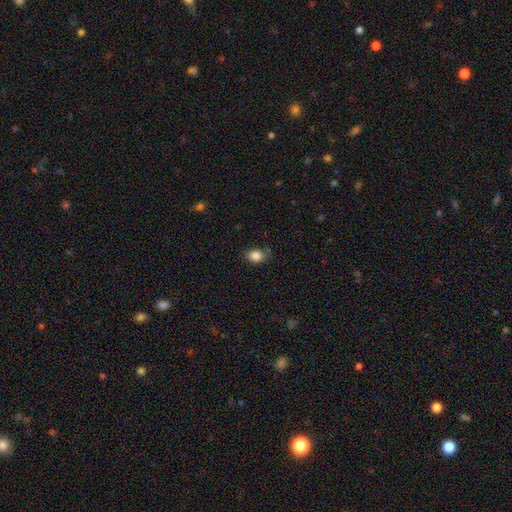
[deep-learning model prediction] Smooth or featured?
  - smooth: 85% *
  - star or artifact: 10%
  - featured or disk: 5%
How rounded?
  - in between: 64% *
  - round: 35%
  - cigar-shaped: 1%
Merging?
  - none: 75% *
  - minor disturbance: 18%
  - major disturbance: 4%
  - merger: 3%